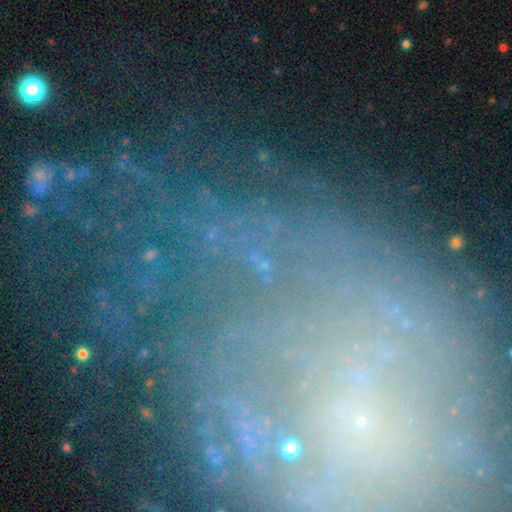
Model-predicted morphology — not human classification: Smooth or featured? Predicted: star or artifact (p=0.67).